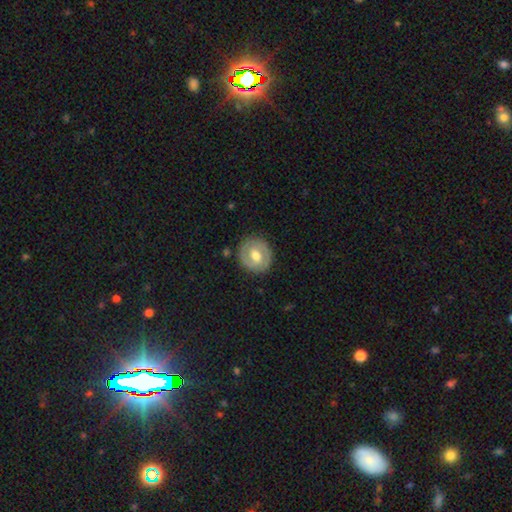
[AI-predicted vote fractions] This appears to be a featured or disk galaxy (61%) with a weak bar (48%), spiral arms (66%) and a moderate central bulge (73%). Merging: none (84%).